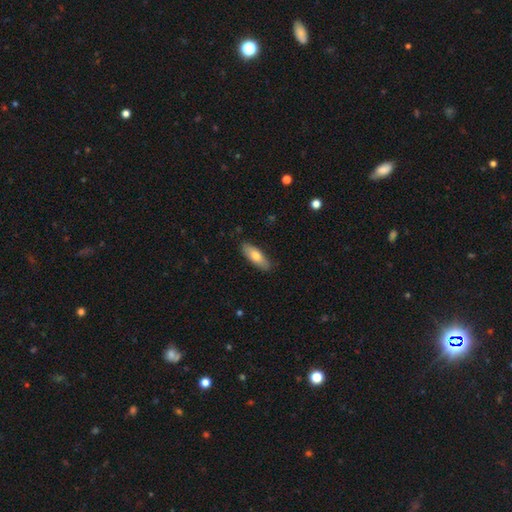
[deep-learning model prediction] smooth 72%, featured or disk 23%, star or artifact 6%. Down the decision tree: how rounded — in between (63%); merging — none (85%).